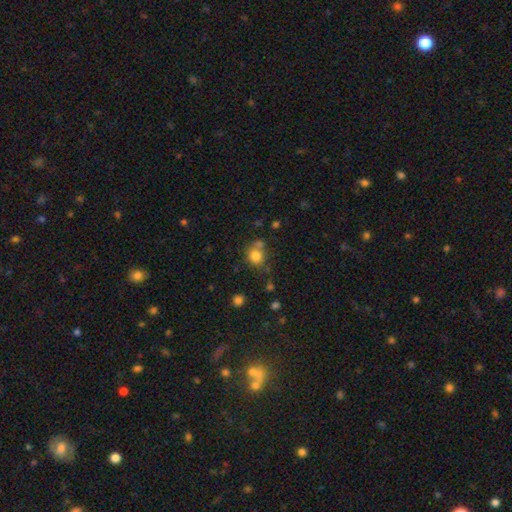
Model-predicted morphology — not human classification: Smooth or featured? smooth (80%)
How rounded? round (78%)
Merging? none (60%)